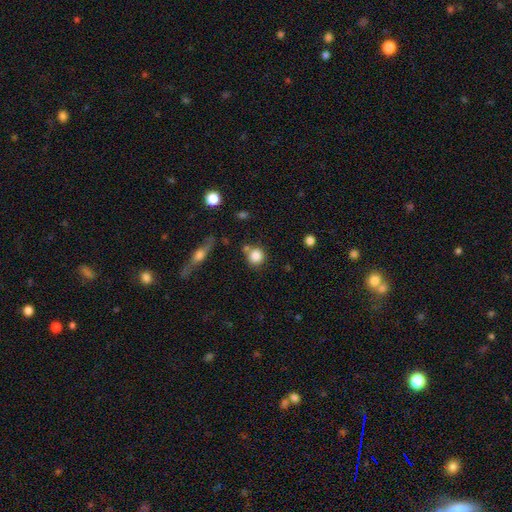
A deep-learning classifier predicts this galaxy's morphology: Smooth or featured?
  - smooth: 84% *
  - star or artifact: 9%
  - featured or disk: 7%
How rounded?
  - round: 90% *
  - in between: 9%
  - cigar-shaped: 1%
Merging?
  - none: 69% *
  - merger: 15%
  - minor disturbance: 12%
  - major disturbance: 4%